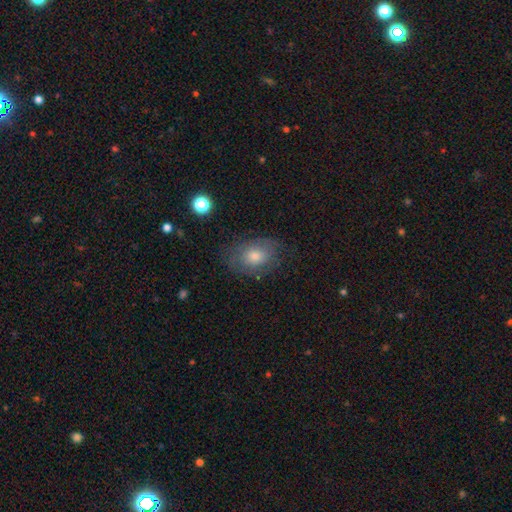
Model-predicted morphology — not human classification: A smooth galaxy with no disk features (61%) that is in between round and cigar-shaped (75%).

Vote fractions:
- Smooth or featured? smooth: 61% / featured or disk: 29% / star or artifact: 10%
- How rounded? in between: 75% / round: 24% / cigar-shaped: 1%
- Merging? none: 72% / minor disturbance: 19% / major disturbance: 8% / merger: 1%